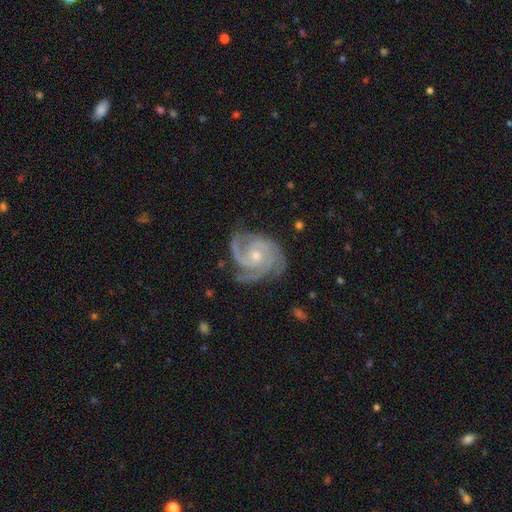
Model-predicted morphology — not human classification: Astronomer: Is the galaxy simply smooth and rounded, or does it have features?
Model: featured or disk — 93%.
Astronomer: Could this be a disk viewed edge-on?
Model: no — 98%.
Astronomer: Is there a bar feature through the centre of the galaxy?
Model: no — 72%.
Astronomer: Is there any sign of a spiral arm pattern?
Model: yes — 99%.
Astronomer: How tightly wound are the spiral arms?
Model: tight — 57% (runner-up: medium, 38%).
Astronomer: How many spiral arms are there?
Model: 3 — 63%.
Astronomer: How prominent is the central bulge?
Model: small — 57% (runner-up: moderate, 40%).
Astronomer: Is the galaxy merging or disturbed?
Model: none — 74%.